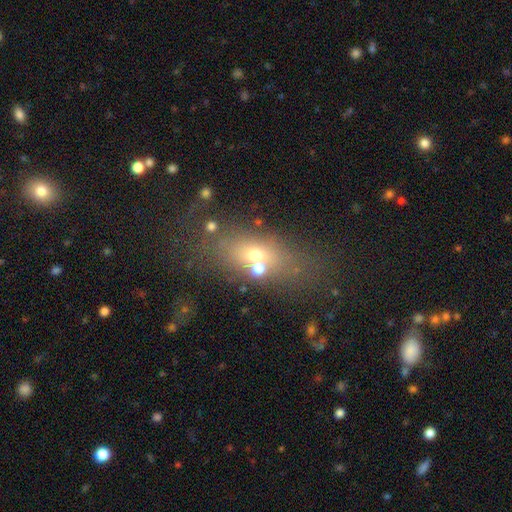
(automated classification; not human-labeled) Smooth or featured? smooth (54%)
How rounded? in between (67%)
Merging? none (54%)